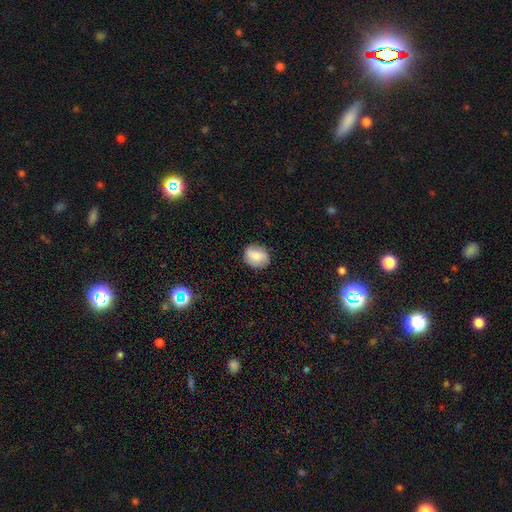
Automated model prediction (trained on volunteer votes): Overall: smooth (75%). How rounded: round (54%; in between 45%). Merging: none (83%).